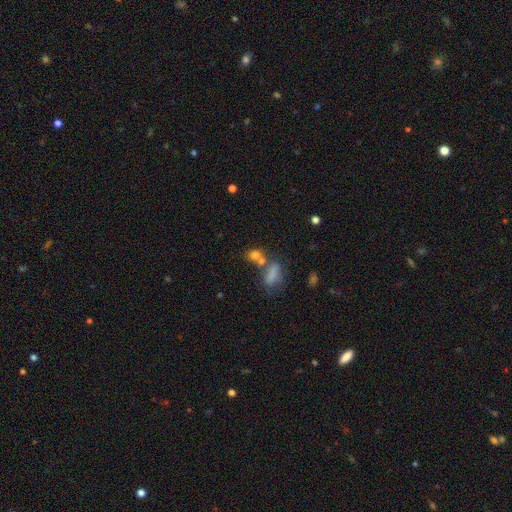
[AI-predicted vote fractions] A smooth galaxy with no disk features (72%) that is in between round and cigar-shaped (53%). Merging: none (42%).